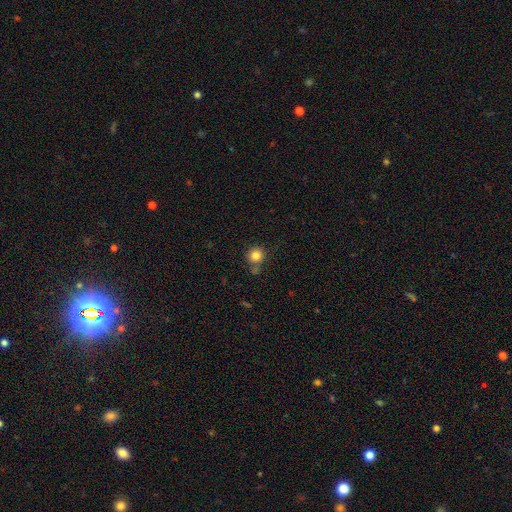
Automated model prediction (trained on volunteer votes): A smooth galaxy with no disk features (83%) that is round (92%). Merging: none (74%).